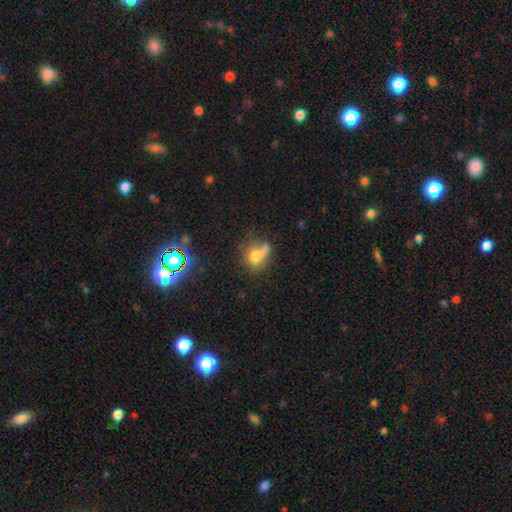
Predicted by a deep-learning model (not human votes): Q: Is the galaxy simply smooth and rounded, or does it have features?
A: smooth — 67%.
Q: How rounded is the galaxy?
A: round — 64%.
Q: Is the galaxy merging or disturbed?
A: merger — 35%.